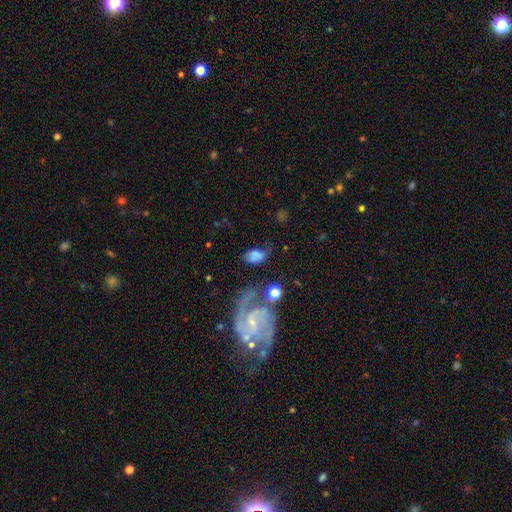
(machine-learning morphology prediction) smooth 54%, featured or disk 33%, star or artifact 13%. Down the decision tree: how rounded — in between (84%); merging — none (42%).